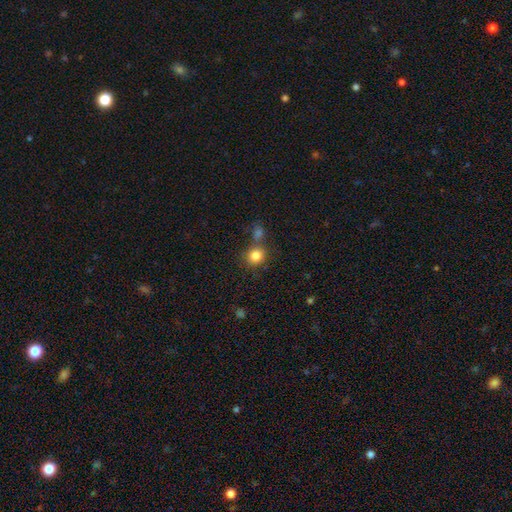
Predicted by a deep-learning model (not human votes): A smooth galaxy with no disk features (83%) that is round (82%).

Vote fractions:
- Smooth or featured? smooth: 83% / star or artifact: 11% / featured or disk: 6%
- How rounded? round: 82% / in between: 17% / cigar-shaped: 1%
- Merging? none: 65% / merger: 20% / minor disturbance: 11% / major disturbance: 4%